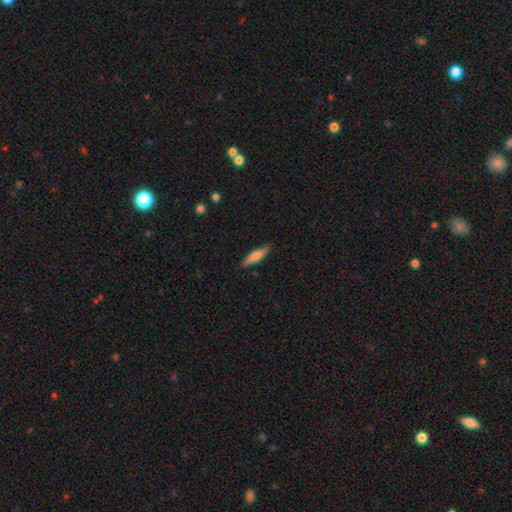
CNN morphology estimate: type=smooth (69%); roundness=cigar-shaped (79%); merging=none (88%).